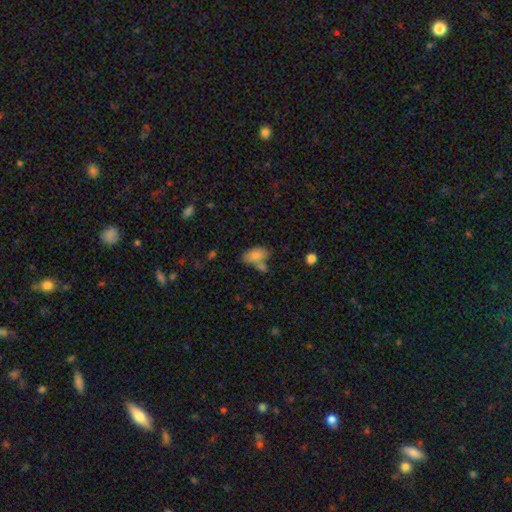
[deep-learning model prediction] A smooth galaxy with no disk features (74%) that is in between round and cigar-shaped (88%).

Vote fractions:
- Smooth or featured? smooth: 74% / featured or disk: 17% / star or artifact: 9%
- How rounded? in between: 88% / round: 8% / cigar-shaped: 3%
- Merging? none: 44% / merger: 30% / minor disturbance: 18% / major disturbance: 8%